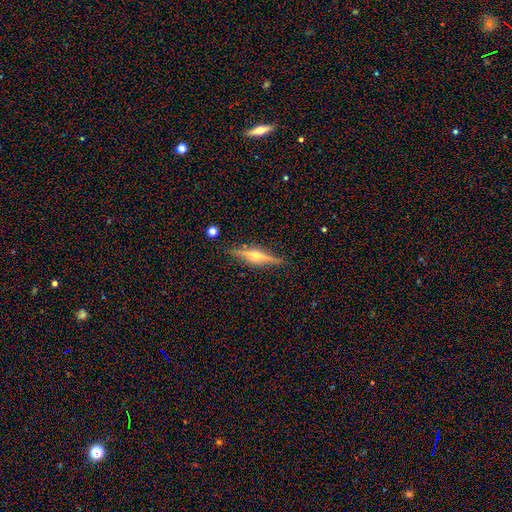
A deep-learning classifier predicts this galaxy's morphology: The model was most divided on "smooth or featured": featured or disk: 77%, smooth: 16%, star or artifact: 7%. More confident: edge-on disk — yes (97%); edge-on bulge — rounded (91%); merging — none (89%).